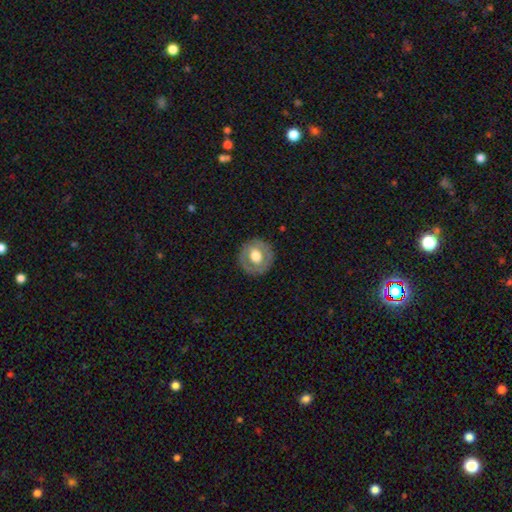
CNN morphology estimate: A smooth galaxy with no disk features (53%) that is round (91%).

Vote fractions:
- Smooth or featured? smooth: 53% / featured or disk: 40% / star or artifact: 6%
- How rounded? round: 91% / in between: 8% / cigar-shaped: 1%
- Merging? none: 86% / minor disturbance: 10% / major disturbance: 3% / merger: 1%